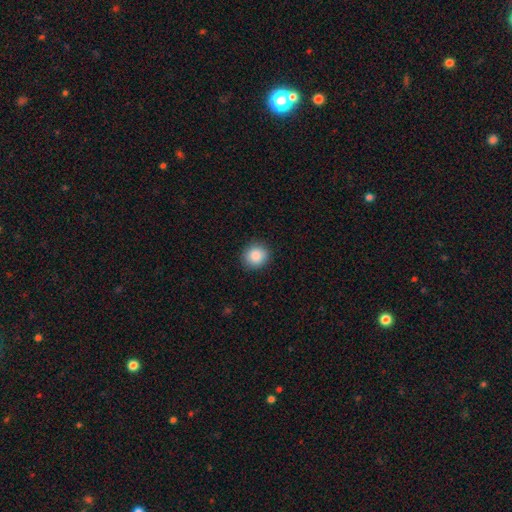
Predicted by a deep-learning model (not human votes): Overall: smooth (87%). How rounded: round (86%). Merging: none (90%).